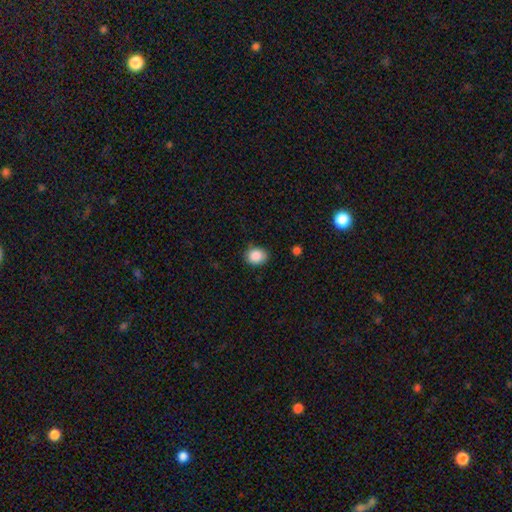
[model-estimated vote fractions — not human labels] A smooth galaxy with no disk features (87%) that is round (61%). Merging: none (77%).